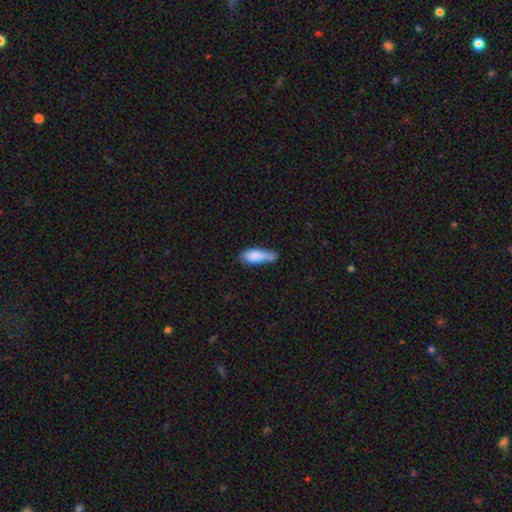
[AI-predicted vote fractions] Smooth or featured? Predicted: smooth (p=0.80). How rounded? Predicted: in between (p=0.64). Merging? Predicted: none (p=0.38, tied with minor disturbance).